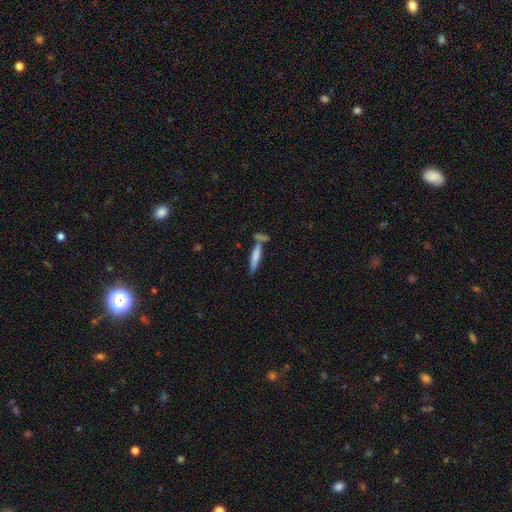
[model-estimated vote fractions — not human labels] smooth 67%, featured or disk 26%, star or artifact 7%. Down the decision tree: how rounded — cigar-shaped (87%); merging — none (58%).